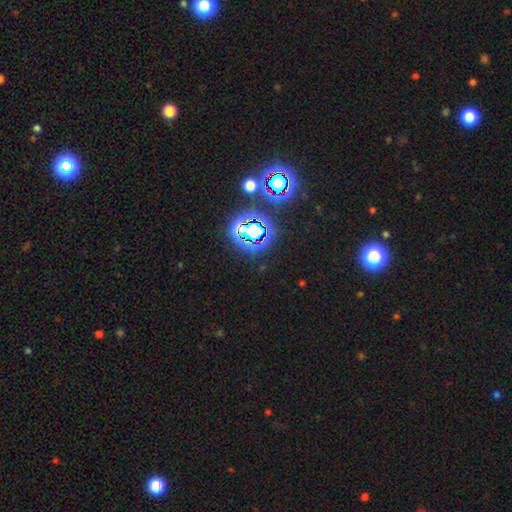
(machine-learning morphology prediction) Q: Smooth or featured?
A: star or artifact (78%); runner-up: smooth (14%)